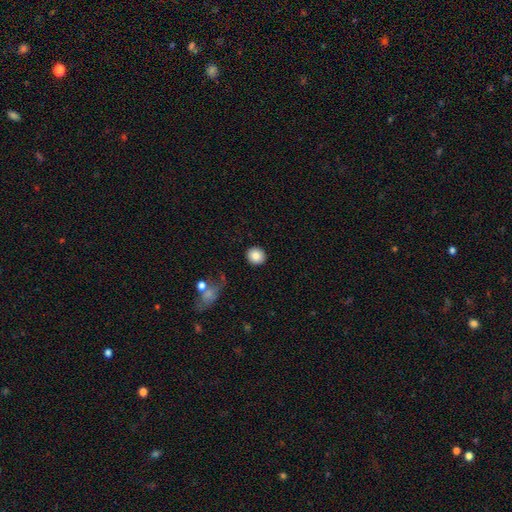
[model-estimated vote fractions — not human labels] Smooth or featured? smooth (86%)
How rounded? round (87%)
Merging? none (90%)